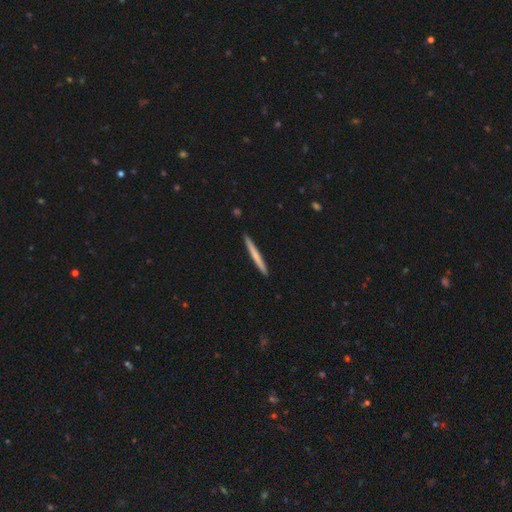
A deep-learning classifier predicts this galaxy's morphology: Overall: smooth (60%; featured or disk 35%). How rounded: cigar-shaped (97%). Merging: none (93%).